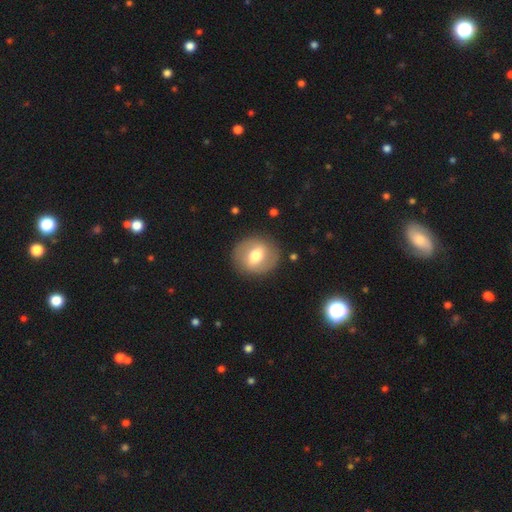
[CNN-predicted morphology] Overall: smooth (51%; featured or disk 43%). How rounded: round (76%). Merging: none (86%).